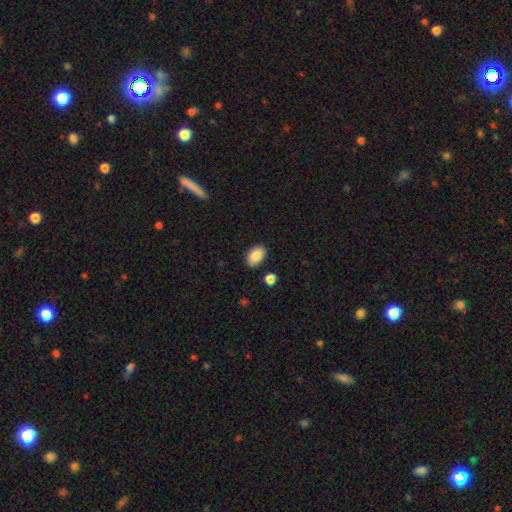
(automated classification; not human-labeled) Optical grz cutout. It shows a smooth galaxy with no disk features (88%) that is in between round and cigar-shaped (86%). Merging: none (81%).